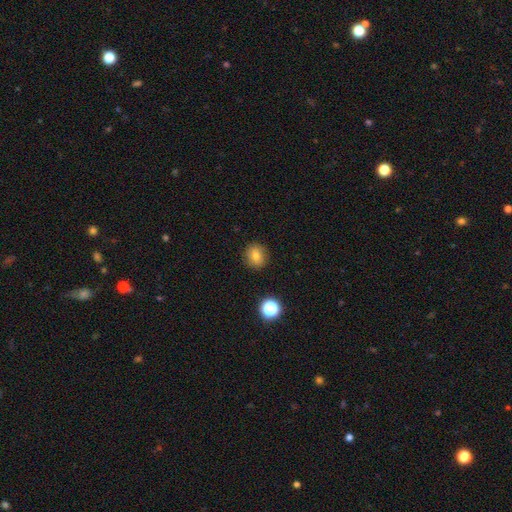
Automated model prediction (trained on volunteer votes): Smooth or featured?
  - smooth: 77% *
  - star or artifact: 13%
  - featured or disk: 10%
How rounded?
  - round: 78% *
  - in between: 21%
  - cigar-shaped: 1%
Merging?
  - none: 88% *
  - minor disturbance: 8%
  - major disturbance: 2%
  - merger: 1%